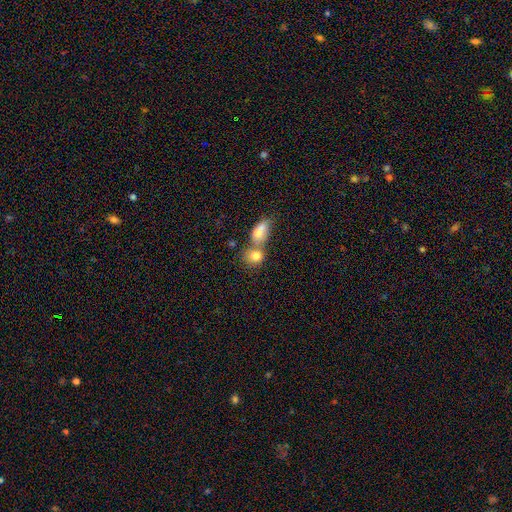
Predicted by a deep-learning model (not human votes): The model was most divided on "merging": merger: 54%, none: 33%, minor disturbance: 8%, major disturbance: 5%. More confident: smooth or featured — smooth (78%); how rounded — round (62%).